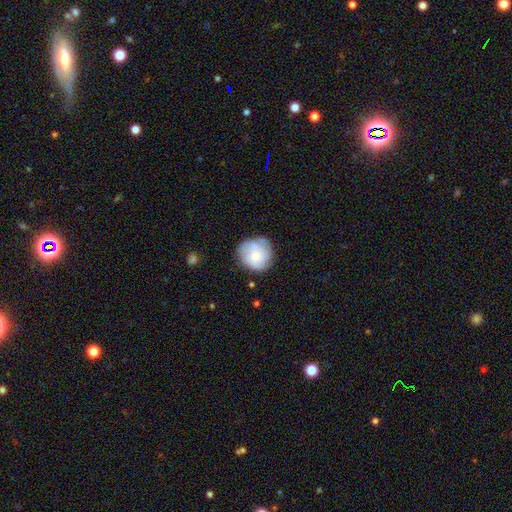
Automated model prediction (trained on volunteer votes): Smooth or featured? smooth (54%)
How rounded? round (88%)
Merging? none (71%)